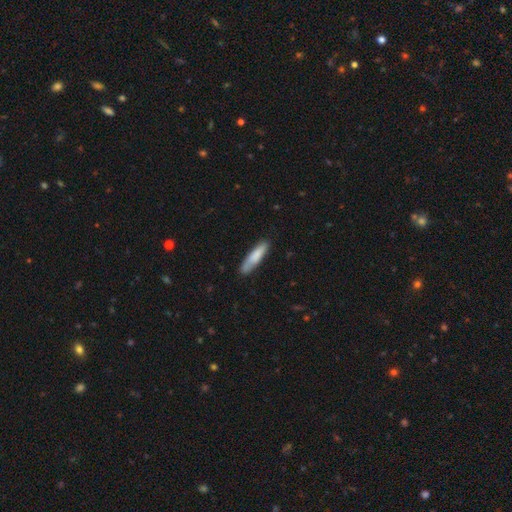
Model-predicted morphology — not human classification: This appears to be a smooth galaxy with no disk features (81%) that is cigar-shaped (80%). Merging: none (83%).